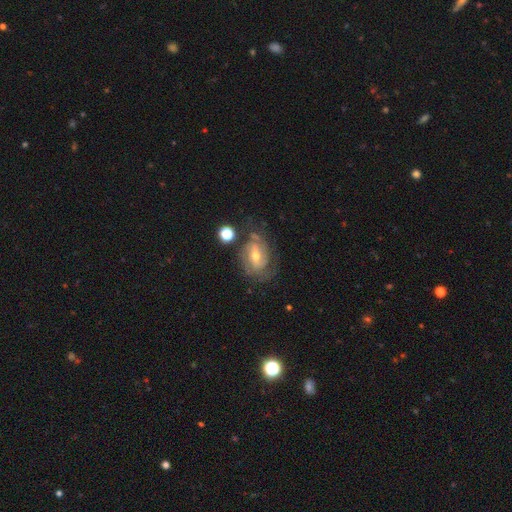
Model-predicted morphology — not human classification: Smooth or featured? featured or disk (80%)
Edge-on disk? no (96%)
Bar? weak (47%)
Spiral arms? yes (92%)
Spiral winding? tight (48%)
Spiral arm count? 2 (43%)
Bulge size? moderate (54%)
Merging? none (60%)